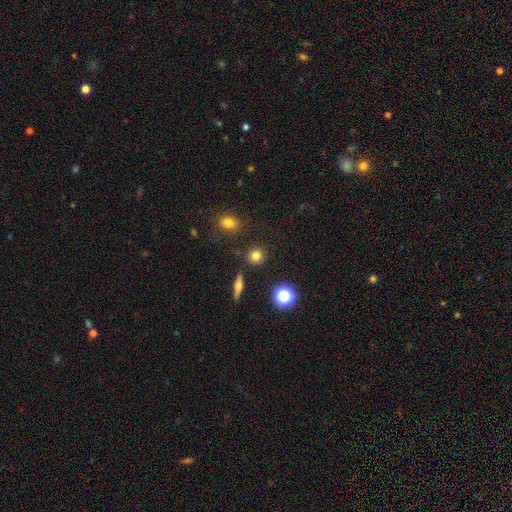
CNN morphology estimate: A smooth galaxy with no disk features (77%) that is round (89%).

Vote fractions:
- Smooth or featured? smooth: 77% / star or artifact: 14% / featured or disk: 9%
- How rounded? round: 89% / in between: 9% / cigar-shaped: 2%
- Merging? none: 88% / minor disturbance: 7% / merger: 3% / major disturbance: 2%